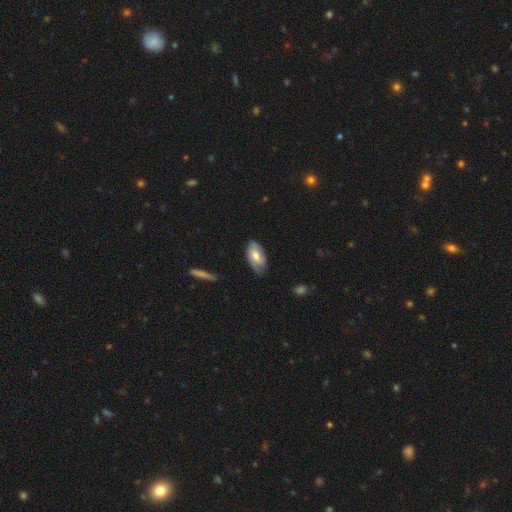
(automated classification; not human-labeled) This appears to be a smooth galaxy with no disk features (59%) that is in between round and cigar-shaped (94%). Merging: none (73%).